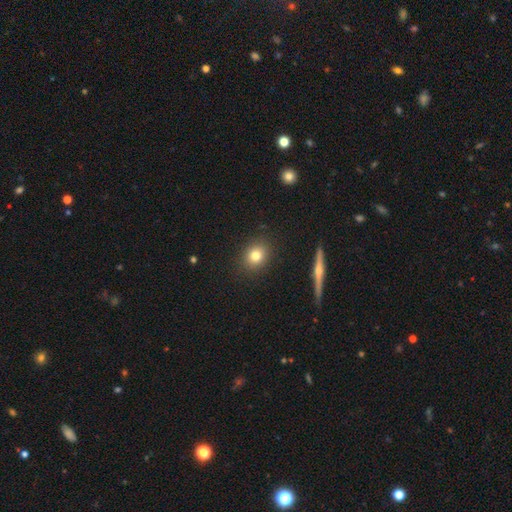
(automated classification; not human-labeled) smooth_or_featured: smooth (p=0.78) [alt: star or artifact p=0.11]
how_rounded: round (p=0.66) [alt: in between p=0.32]
merging: none (p=0.88) [alt: minor disturbance p=0.08]